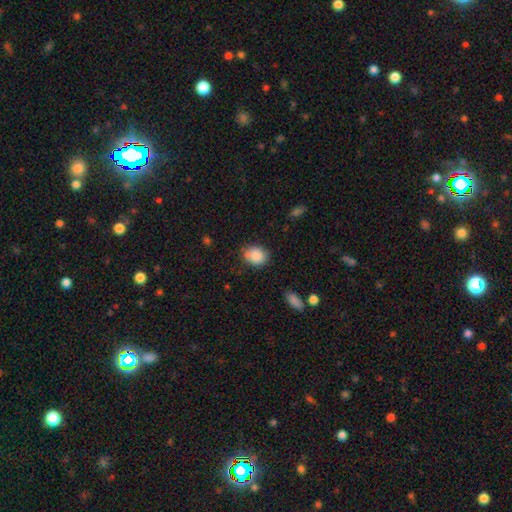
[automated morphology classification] smooth 88%, star or artifact 8%, featured or disk 4%. Down the decision tree: how rounded — round (52%); merging — none (74%).